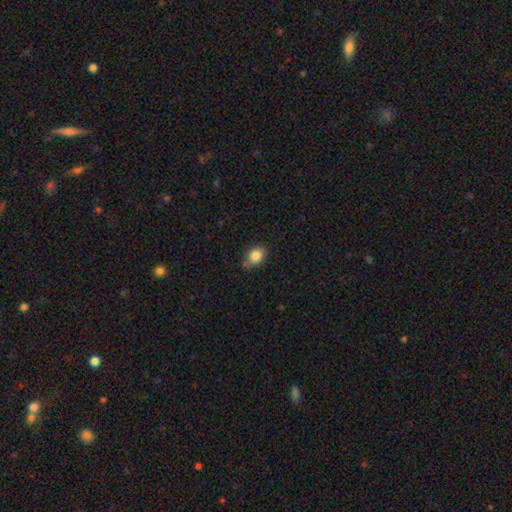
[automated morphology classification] smooth_or_featured: smooth (p=0.85) [alt: star or artifact p=0.09]
how_rounded: in between (p=0.63) [alt: round p=0.36]
merging: none (p=0.72) [alt: minor disturbance p=0.19]